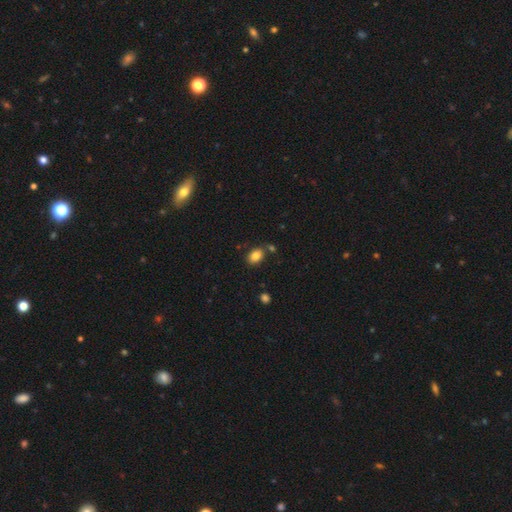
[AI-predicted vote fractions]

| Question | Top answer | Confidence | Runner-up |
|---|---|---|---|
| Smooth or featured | smooth | 84% | star or artifact (9%) |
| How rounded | in between | 83% | round (16%) |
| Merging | none | 75% | minor disturbance (12%) |